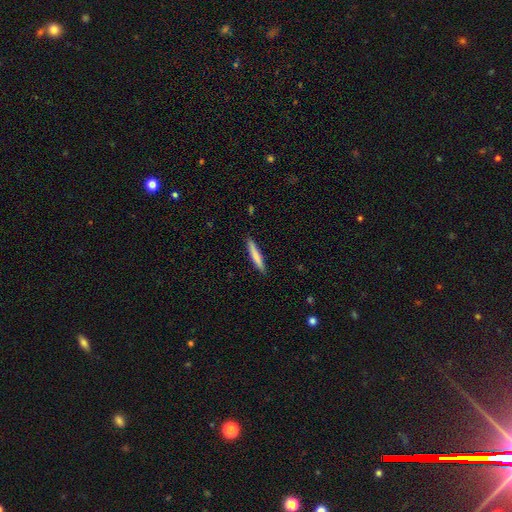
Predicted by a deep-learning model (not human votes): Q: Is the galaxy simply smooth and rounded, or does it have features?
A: smooth — 75%.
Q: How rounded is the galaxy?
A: cigar-shaped — 94%.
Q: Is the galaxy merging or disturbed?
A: none — 91%.